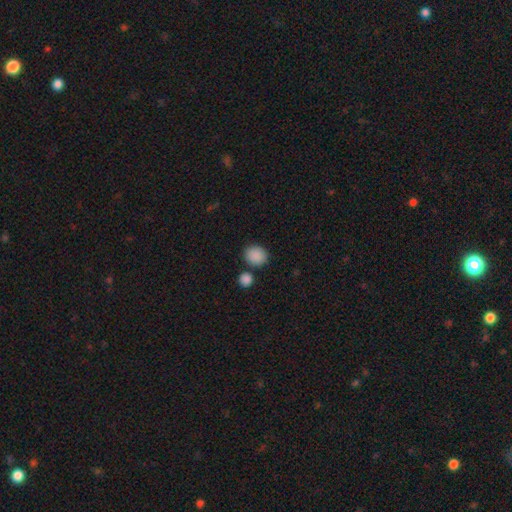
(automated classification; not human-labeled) The model was most divided on "how rounded": round: 67%, in between: 32%, cigar-shaped: 1%. More confident: smooth or featured — smooth (89%); merging — none (77%).